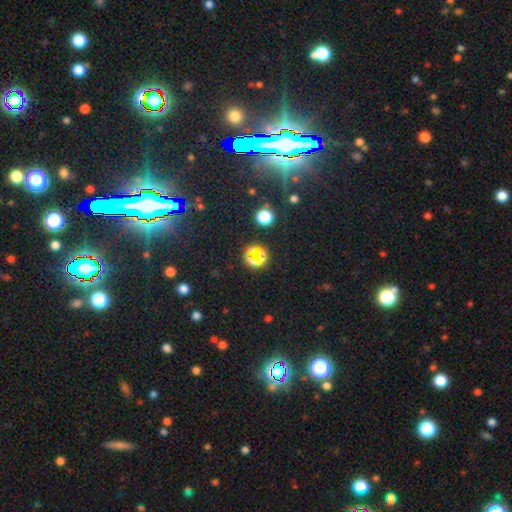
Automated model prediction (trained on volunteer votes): Smooth or featured? Predicted: star or artifact (p=0.58).